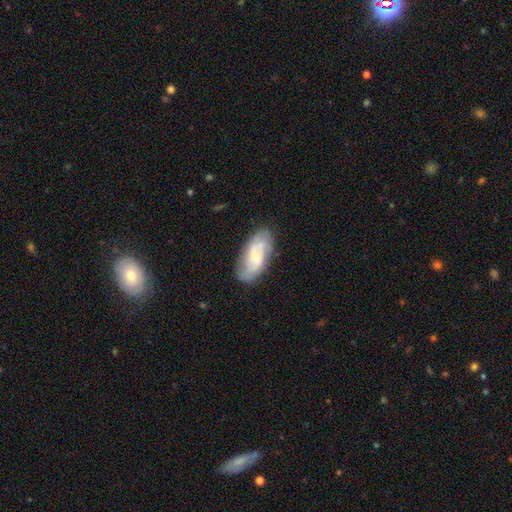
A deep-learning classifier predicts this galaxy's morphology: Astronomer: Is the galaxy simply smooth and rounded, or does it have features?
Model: featured or disk — 53% (runner-up: smooth, 40%).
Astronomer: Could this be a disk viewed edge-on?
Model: no — 93%.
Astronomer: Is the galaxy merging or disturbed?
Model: none — 69%.